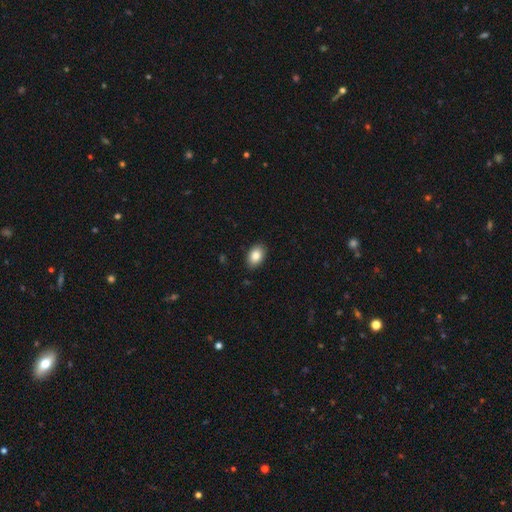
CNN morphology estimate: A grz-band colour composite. It shows a smooth galaxy with no disk features (85%) that is in between round and cigar-shaped (87%). Merging: none (89%).